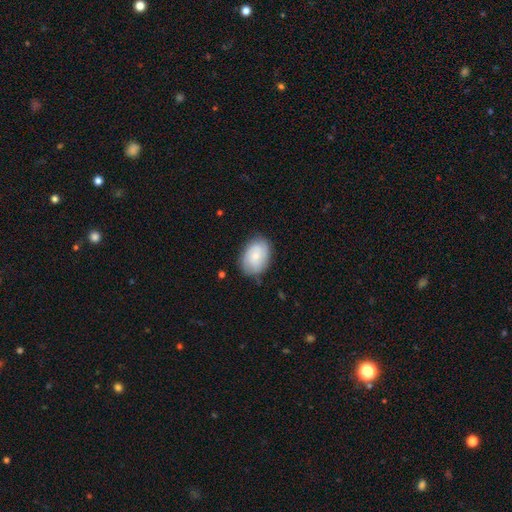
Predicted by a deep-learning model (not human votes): Smooth or featured?
  - smooth: 50% *
  - featured or disk: 43%
  - star or artifact: 7%
How rounded?
  - in between: 81% *
  - round: 18%
  - cigar-shaped: 1%
Merging?
  - none: 78% *
  - minor disturbance: 17%
  - major disturbance: 4%
  - merger: 1%